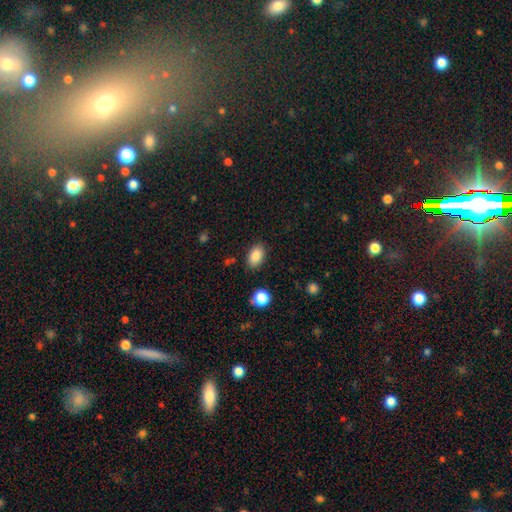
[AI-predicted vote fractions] Smooth or featured?
  - smooth: 86% *
  - star or artifact: 9%
  - featured or disk: 5%
How rounded?
  - in between: 86% *
  - round: 13%
  - cigar-shaped: 1%
Merging?
  - none: 85% *
  - minor disturbance: 10%
  - major disturbance: 3%
  - merger: 2%